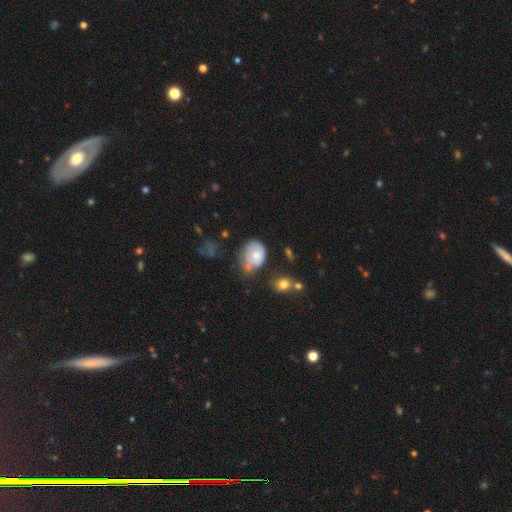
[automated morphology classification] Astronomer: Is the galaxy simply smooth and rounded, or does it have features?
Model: smooth — 65%.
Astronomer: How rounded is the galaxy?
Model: in between — 59% (runner-up: round, 40%).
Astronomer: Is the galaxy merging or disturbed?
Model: minor disturbance — 38% (runner-up: none, 31%).